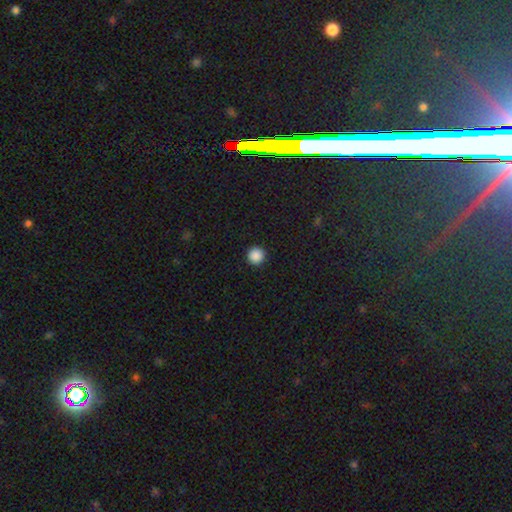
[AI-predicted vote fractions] A smooth galaxy with no disk features (88%) that is round (96%).

Vote fractions:
- Smooth or featured? smooth: 88% / star or artifact: 10% / featured or disk: 2%
- How rounded? round: 96% / in between: 3% / cigar-shaped: 1%
- Merging? none: 93% / minor disturbance: 4% / major disturbance: 2% / merger: 1%